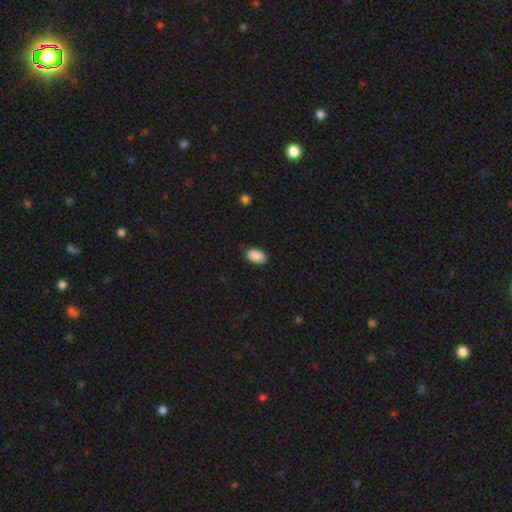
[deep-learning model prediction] Smooth or featured: smooth — 90% (star or artifact — 7%)
How rounded: in between — 92% (round — 7%)
Merging: none — 84% (minor disturbance — 13%)